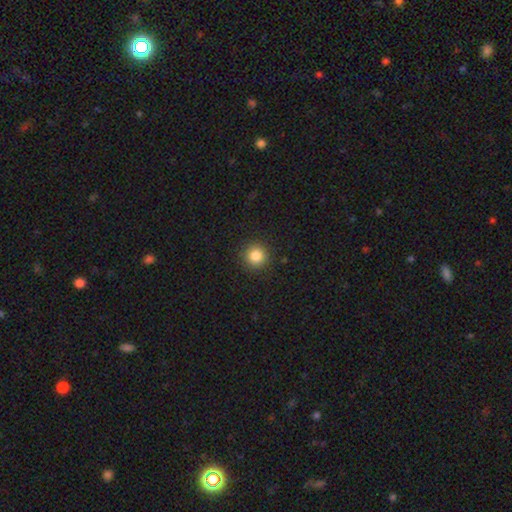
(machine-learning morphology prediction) type=smooth (84%); roundness=round (95%); merging=none (92%).